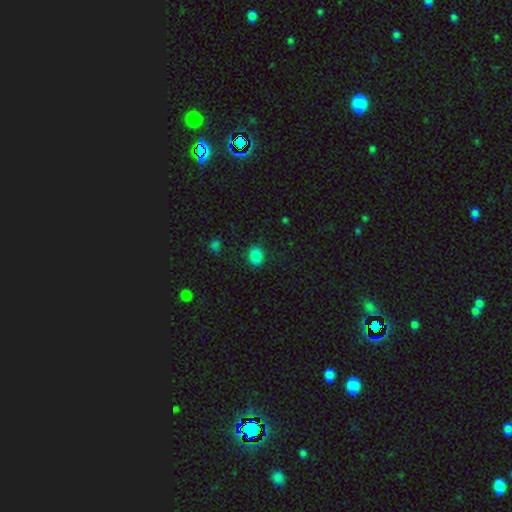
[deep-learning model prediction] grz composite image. It shows a smooth galaxy with no disk features (85%) that is in between round and cigar-shaped (50%). Merging: none (83%).